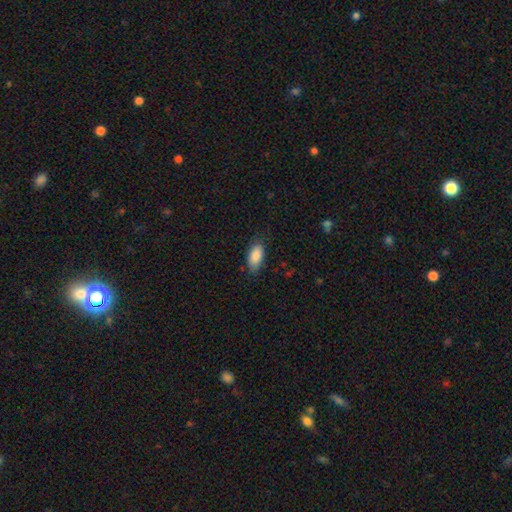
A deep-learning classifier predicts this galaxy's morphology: Smooth or featured: smooth — 87% (featured or disk — 6%)
How rounded: in between — 90% (cigar-shaped — 7%)
Merging: none — 75% (minor disturbance — 20%)